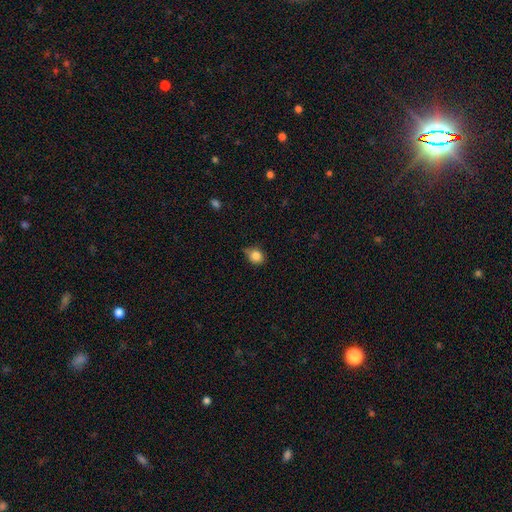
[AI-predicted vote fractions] This is clearly a smooth galaxy (85%). How rounded: likely round (72%). Merging: likely none (60%).